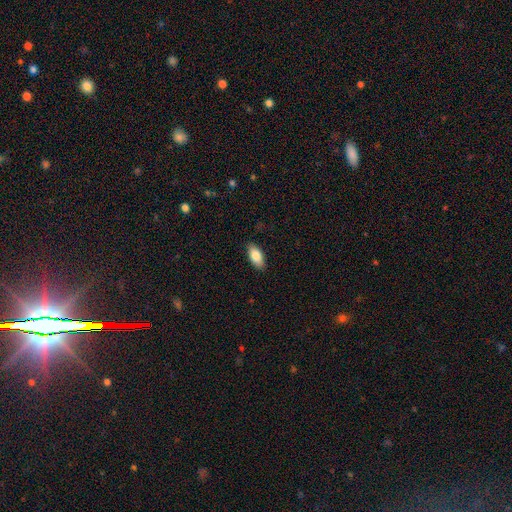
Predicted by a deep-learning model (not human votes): A smooth galaxy with no disk features (84%) that is in between round and cigar-shaped (89%).

Vote fractions:
- Smooth or featured? smooth: 84% / featured or disk: 10% / star or artifact: 6%
- How rounded? in between: 89% / cigar-shaped: 8% / round: 2%
- Merging? none: 88% / minor disturbance: 9% / major disturbance: 2% / merger: 1%